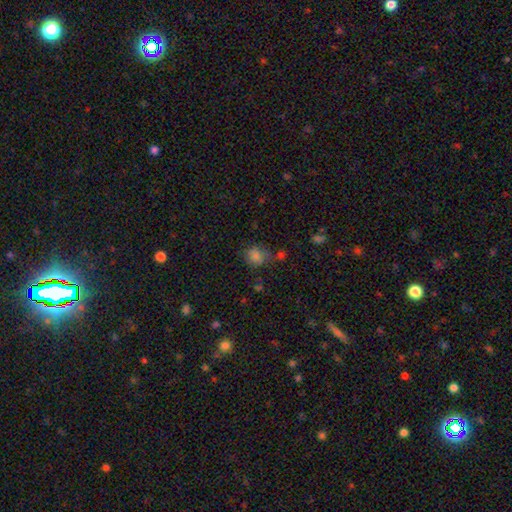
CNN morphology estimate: smooth-or-featured: smooth: 73% | star or artifact: 20% | featured or disk: 7%
  how-rounded: round: 73% | in between: 26% | cigar-shaped: 1%
  merging: none: 64% | minor disturbance: 18% | merger: 11% | major disturbance: 7%